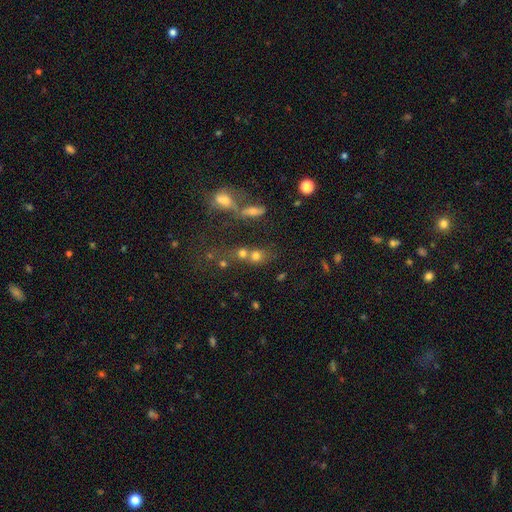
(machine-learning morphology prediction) This is likely a smooth galaxy (62%). How rounded: likely round (64%). Merging: possibly merger (46%).